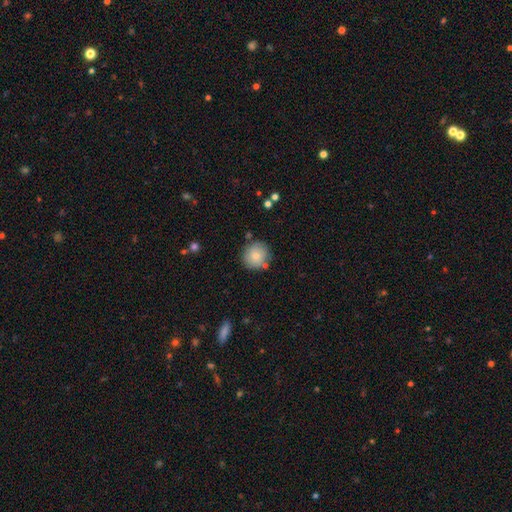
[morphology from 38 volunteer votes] Smooth or featured? 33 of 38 (87%) said smooth. How rounded? 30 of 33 (91%) said round. Merging? 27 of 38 (71%) said none.